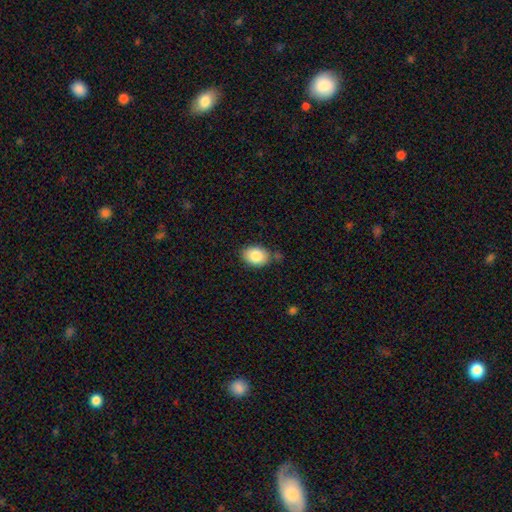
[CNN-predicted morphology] Smooth or featured?
  - smooth: 86% *
  - star or artifact: 7%
  - featured or disk: 7%
How rounded?
  - in between: 73% *
  - round: 26%
  - cigar-shaped: 1%
Merging?
  - none: 76% *
  - minor disturbance: 16%
  - merger: 5%
  - major disturbance: 3%